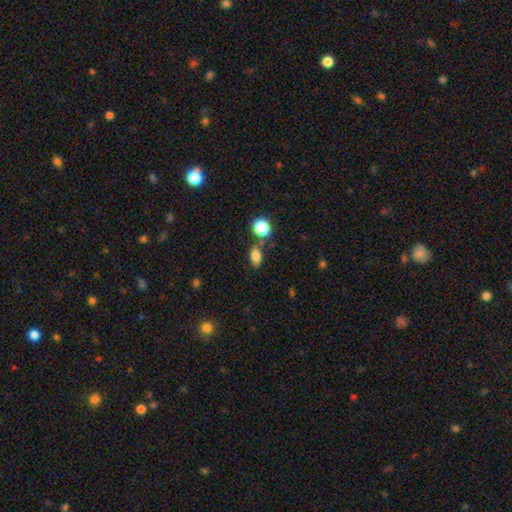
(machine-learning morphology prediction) type=smooth (81%); roundness=in between (81%); merging=none (74%).